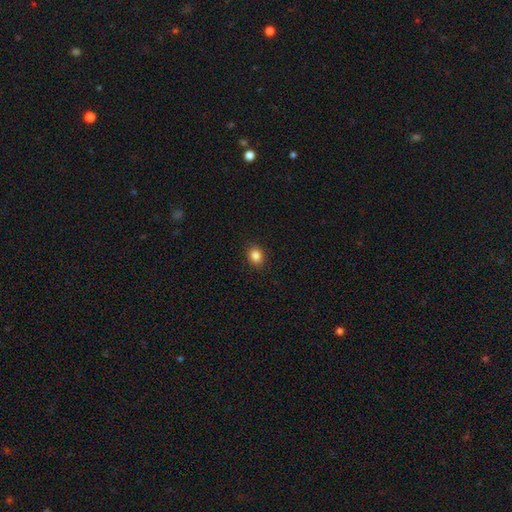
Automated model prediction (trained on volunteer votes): The model was most divided on "how rounded": round: 55%, in between: 44%, cigar-shaped: 1%. More confident: merging — none (90%); smooth or featured — smooth (86%).